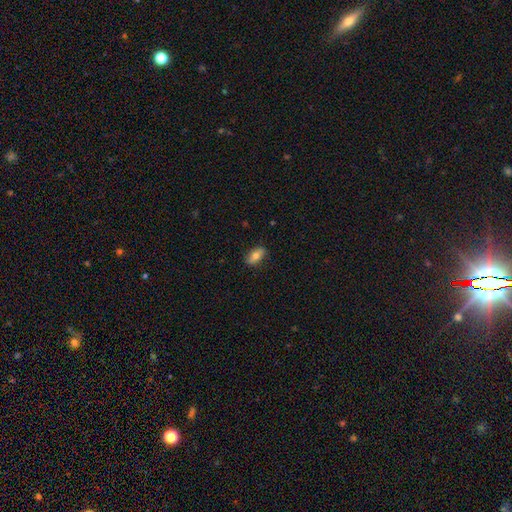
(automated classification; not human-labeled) smooth-or-featured: smooth: 76% | featured or disk: 17% | star or artifact: 7%
  how-rounded: in between: 87% | cigar-shaped: 9% | round: 4%
  merging: none: 85% | minor disturbance: 12% | major disturbance: 2% | merger: 1%